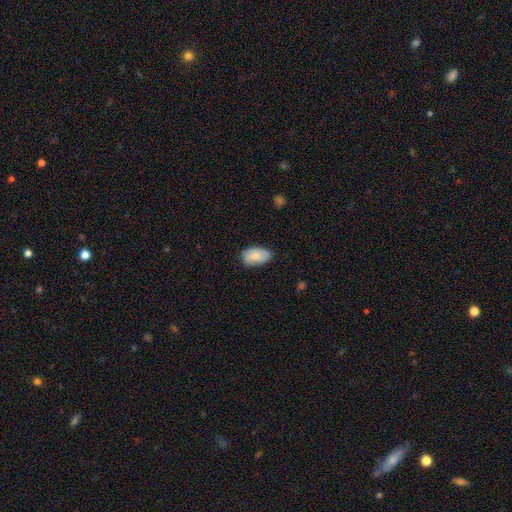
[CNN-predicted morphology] type=smooth (79%); roundness=in between (94%); merging=none (67%).